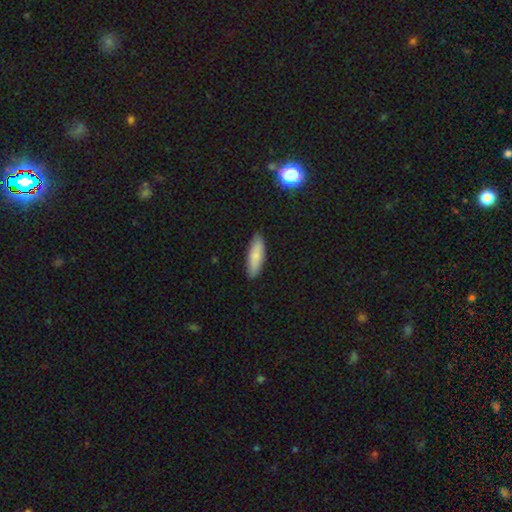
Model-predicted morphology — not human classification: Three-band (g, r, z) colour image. It shows a smooth galaxy with no disk features (80%) that is cigar-shaped (51%). Merging: none (88%).